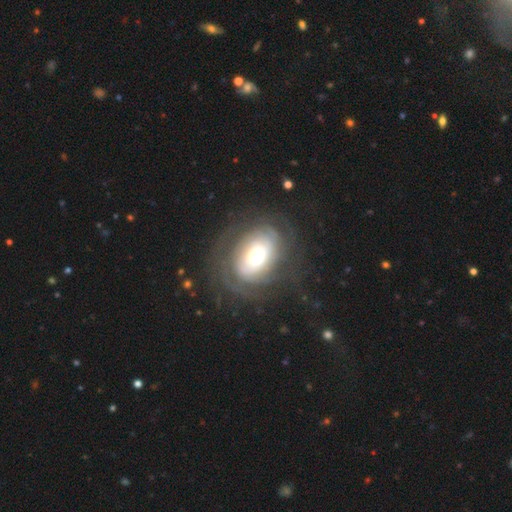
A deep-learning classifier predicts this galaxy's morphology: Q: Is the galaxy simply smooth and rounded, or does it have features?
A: featured or disk — 71%.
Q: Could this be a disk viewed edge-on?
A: no — 96%.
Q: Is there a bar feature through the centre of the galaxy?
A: no — 71%.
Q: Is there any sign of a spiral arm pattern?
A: yes — 79%.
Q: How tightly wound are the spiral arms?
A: tight — 66%.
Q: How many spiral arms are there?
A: can't tell — 44%.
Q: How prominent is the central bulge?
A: moderate — 55%.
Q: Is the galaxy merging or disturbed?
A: none — 70%.